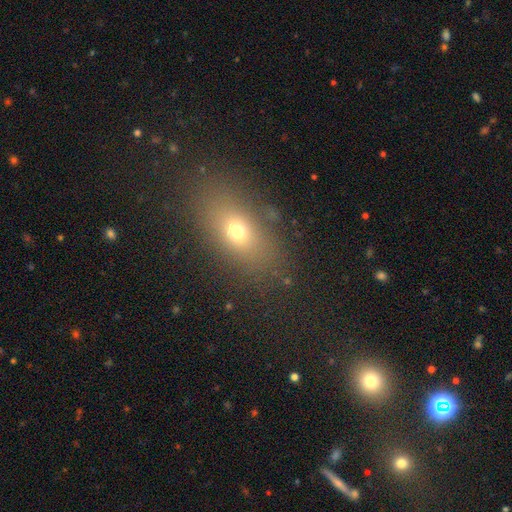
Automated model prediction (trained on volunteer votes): smooth-or-featured: smooth: 64% | star or artifact: 20% | featured or disk: 16%
  how-rounded: in between: 75% | round: 16% | cigar-shaped: 8%
  merging: none: 82% | minor disturbance: 10% | major disturbance: 5% | merger: 3%